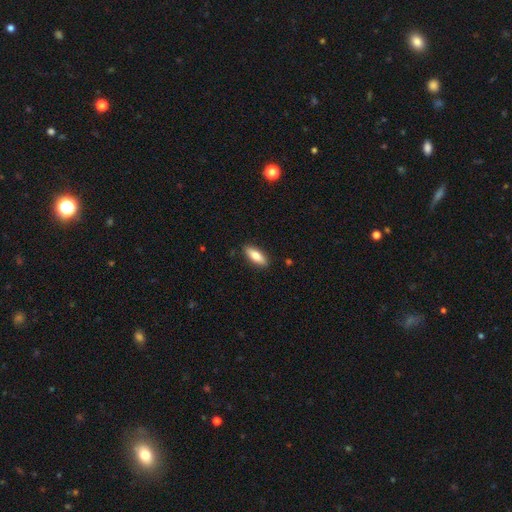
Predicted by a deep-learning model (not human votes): smooth-or-featured: smooth: 74% | featured or disk: 20% | star or artifact: 6%
  how-rounded: in between: 61% | cigar-shaped: 37% | round: 2%
  merging: none: 89% | minor disturbance: 8% | major disturbance: 2% | merger: 1%